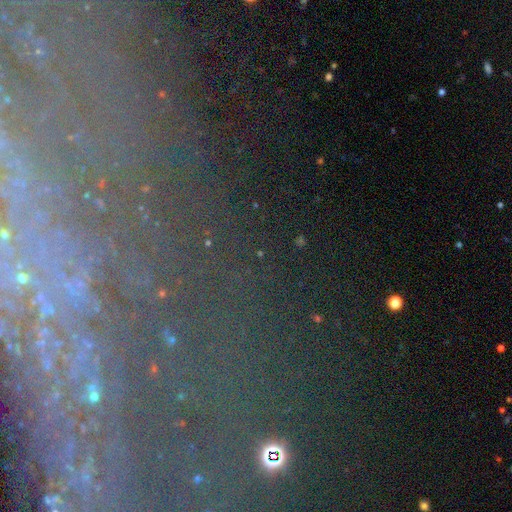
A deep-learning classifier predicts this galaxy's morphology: star or artifact 53%, featured or disk 31%, smooth 16%.